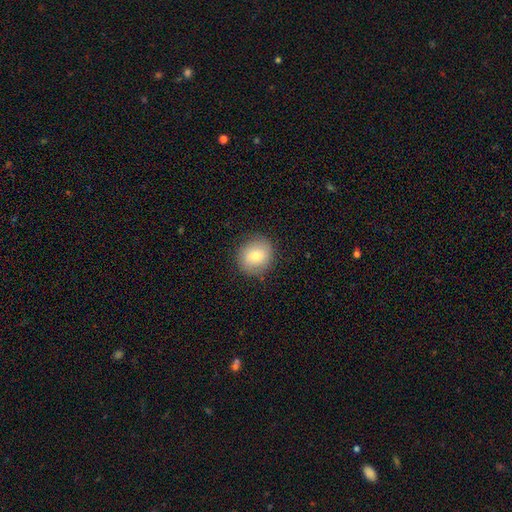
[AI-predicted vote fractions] A smooth galaxy with no disk features (76%) that is round (84%). Merging: none (86%).